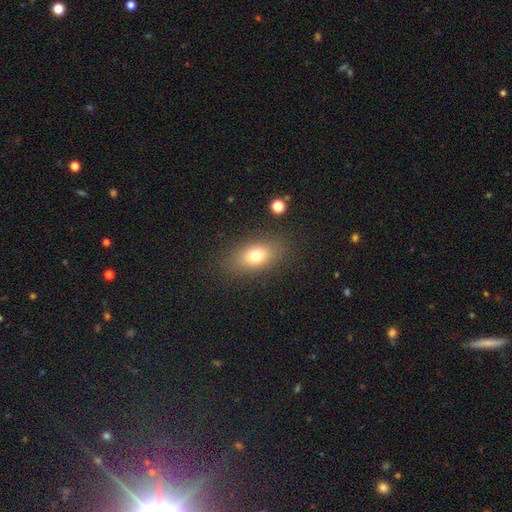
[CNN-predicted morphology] This appears to be a smooth galaxy with no disk features (75%) that is in between round and cigar-shaped (82%). Merging: none (84%).